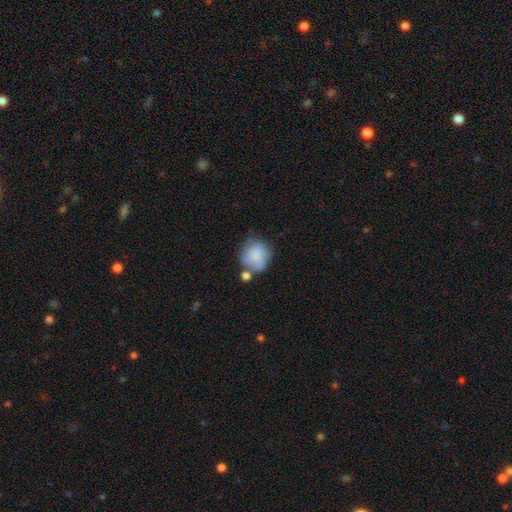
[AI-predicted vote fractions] This appears to be a smooth galaxy with no disk features (74%) that is round (81%). Merging: none (50%).